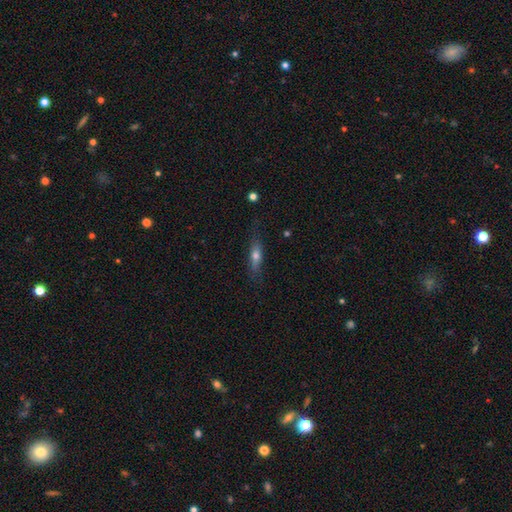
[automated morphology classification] Smooth or featured: smooth — 59% (featured or disk — 34%)
How rounded: cigar-shaped — 64% (in between — 33%)
Merging: none — 76% (minor disturbance — 18%)